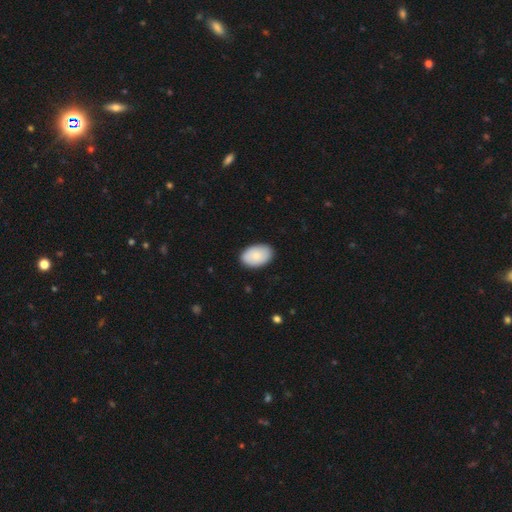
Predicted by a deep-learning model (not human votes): The model was most divided on "smooth or featured": smooth: 86%, featured or disk: 9%, star or artifact: 5%. More confident: how rounded — in between (92%); merging — none (88%).